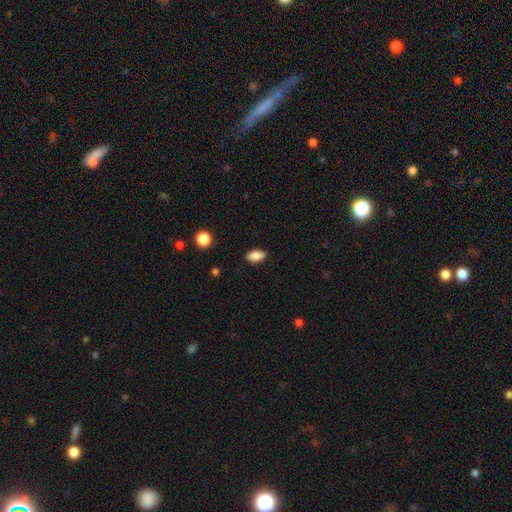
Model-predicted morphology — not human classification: Q: Smooth or featured?
A: smooth (88%); runner-up: star or artifact (8%)
Q: How rounded?
A: in between (91%); runner-up: round (5%)
Q: Merging?
A: none (87%); runner-up: minor disturbance (10%)